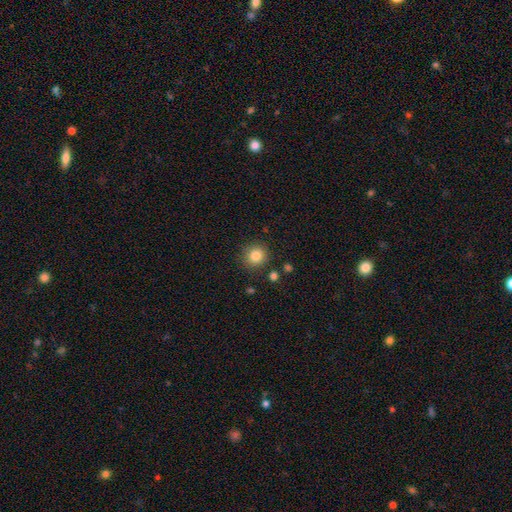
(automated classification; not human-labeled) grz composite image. It shows a smooth galaxy with no disk features (85%) that is round (88%). Merging: none (86%).